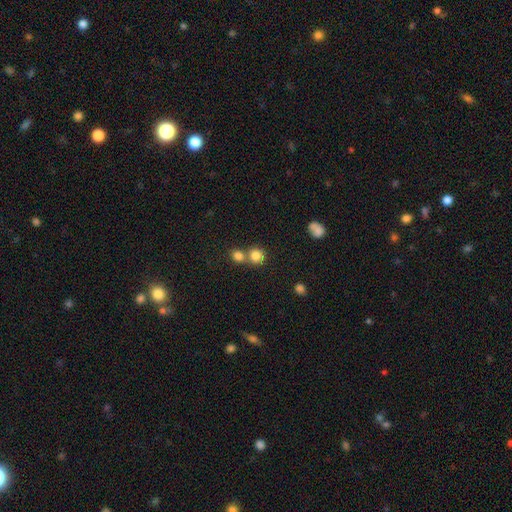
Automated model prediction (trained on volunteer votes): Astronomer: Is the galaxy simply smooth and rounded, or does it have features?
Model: smooth — 82%.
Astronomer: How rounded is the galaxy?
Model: round — 86%.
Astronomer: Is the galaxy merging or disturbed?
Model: none — 48% (runner-up: merger, 42%).